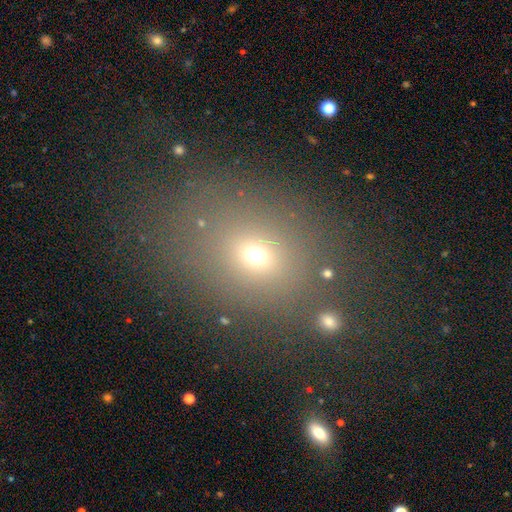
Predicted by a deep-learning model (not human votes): smooth_or_featured: smooth (p=0.63) [alt: star or artifact p=0.25]
how_rounded: in between (p=0.49) [tied with: round p=0.49]
merging: none (p=0.73) [alt: minor disturbance p=0.13]